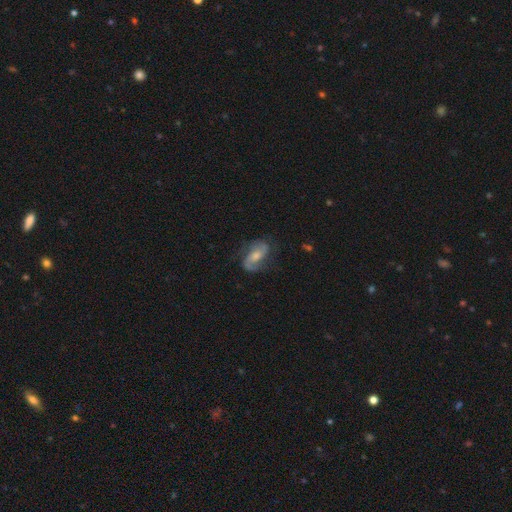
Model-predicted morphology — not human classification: The model was most divided on "bar": no: 43%, weak: 40%, strong: 16%. Remaining: edge-on disk — no (96%); spiral arms — yes (93%); spiral arm count — 2 (87%); smooth or featured — featured or disk (75%); merging — none (69%); bulge size — moderate (52%); spiral winding — medium (47%).